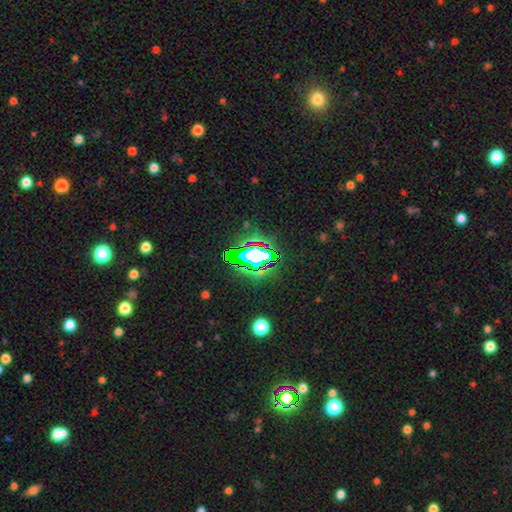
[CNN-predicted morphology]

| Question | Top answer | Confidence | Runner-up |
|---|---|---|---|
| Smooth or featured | star or artifact | 63% | smooth (22%) |